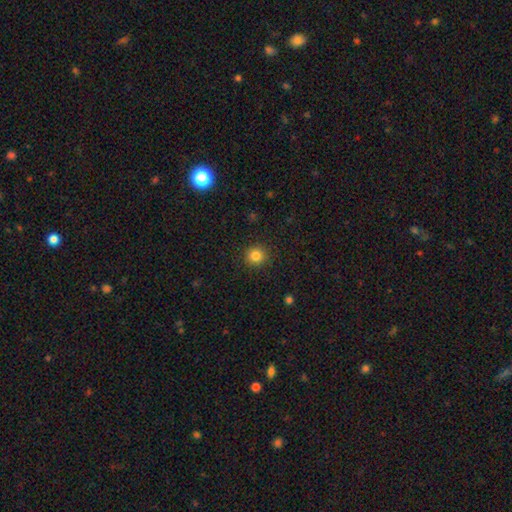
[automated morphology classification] Overall: smooth (83%). How rounded: round (93%). Merging: none (90%).